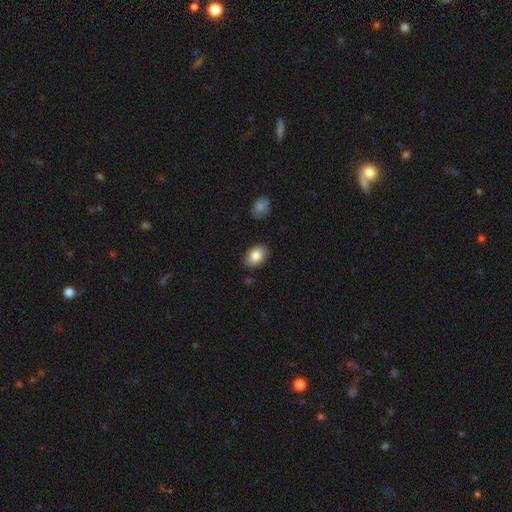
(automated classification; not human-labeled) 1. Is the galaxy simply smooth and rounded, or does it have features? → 84% smooth, 9% featured or disk, 7% star or artifact.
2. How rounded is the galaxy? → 83% in between, 16% round, 1% cigar-shaped.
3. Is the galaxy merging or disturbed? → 87% none, 10% minor disturbance, 2% major disturbance, 2% merger.